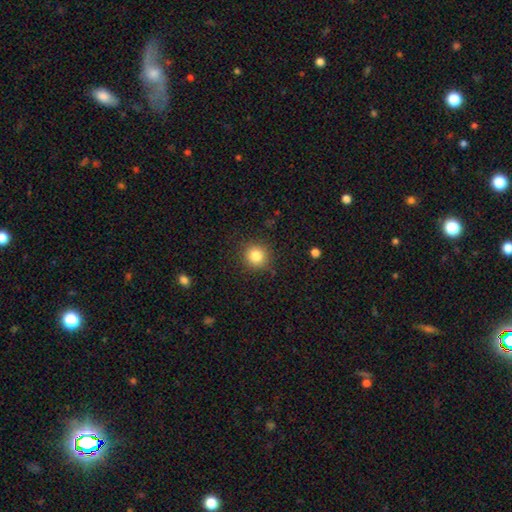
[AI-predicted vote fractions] Smooth or featured? smooth (83%)
How rounded? round (90%)
Merging? none (87%)